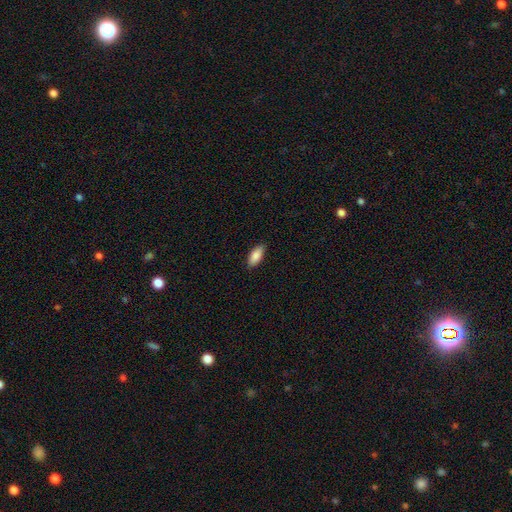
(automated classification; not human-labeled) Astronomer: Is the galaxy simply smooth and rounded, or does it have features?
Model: smooth — 87%.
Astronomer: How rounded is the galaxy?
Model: in between — 85%.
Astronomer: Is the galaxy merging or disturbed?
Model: none — 86%.